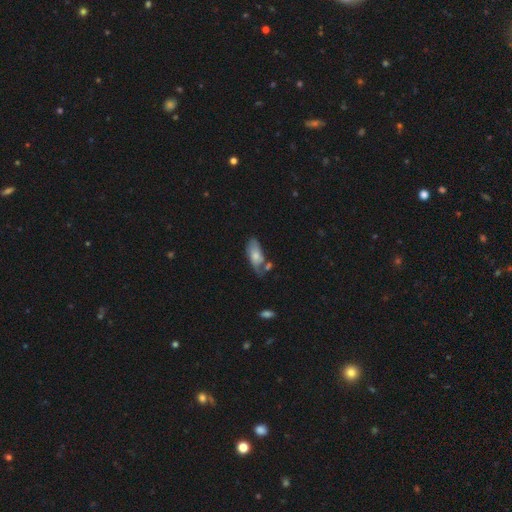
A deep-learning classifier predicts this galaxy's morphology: smooth 62%, featured or disk 31%, star or artifact 7%. Down the decision tree: how rounded — in between (86%); merging — none (44%).